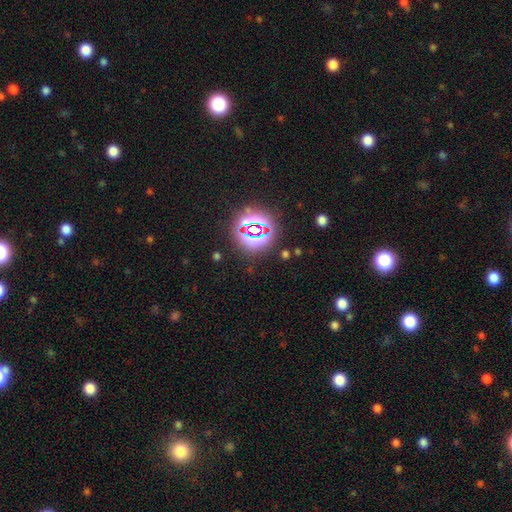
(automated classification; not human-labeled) The model was most divided on "smooth or featured": star or artifact: 81%, smooth: 13%, featured or disk: 7%.